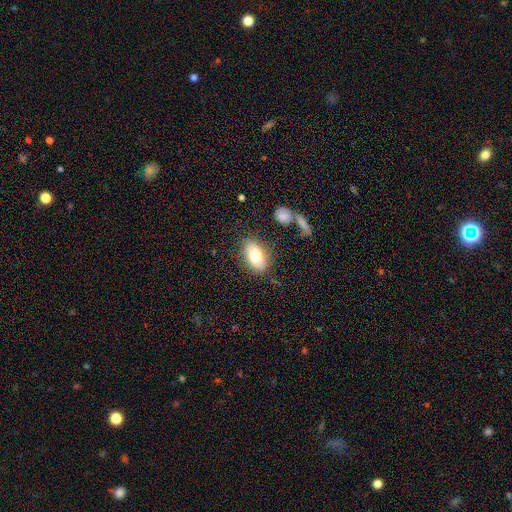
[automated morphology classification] This is likely a smooth galaxy (71%). How rounded: clearly in between (91%). Merging: likely none (74%).